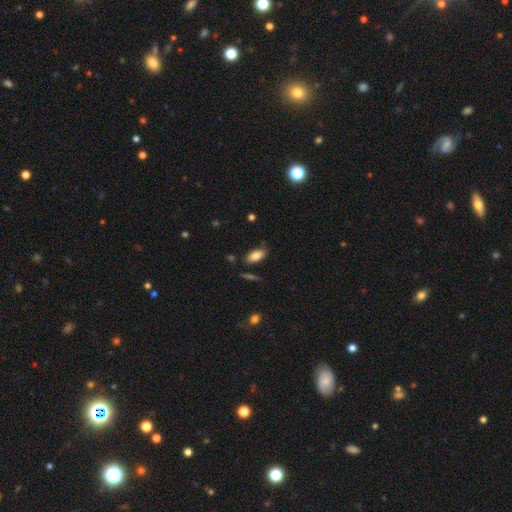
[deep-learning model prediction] This is clearly a smooth galaxy (82%). How rounded: clearly in between (89%). Merging: clearly none (81%).